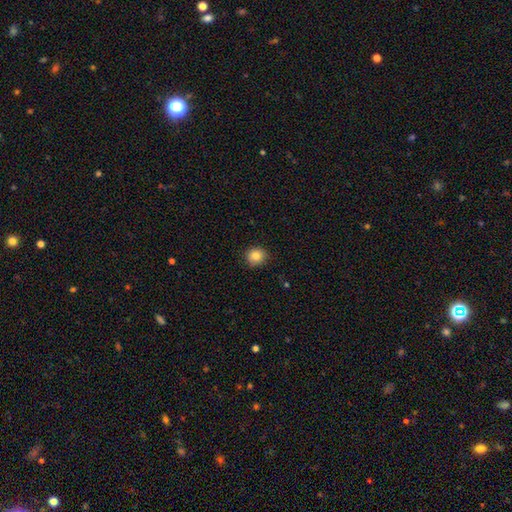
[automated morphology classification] smooth-or-featured: smooth: 84% | star or artifact: 10% | featured or disk: 6%
  how-rounded: round: 87% | in between: 13% | cigar-shaped: 1%
  merging: none: 88% | minor disturbance: 9% | major disturbance: 2% | merger: 1%